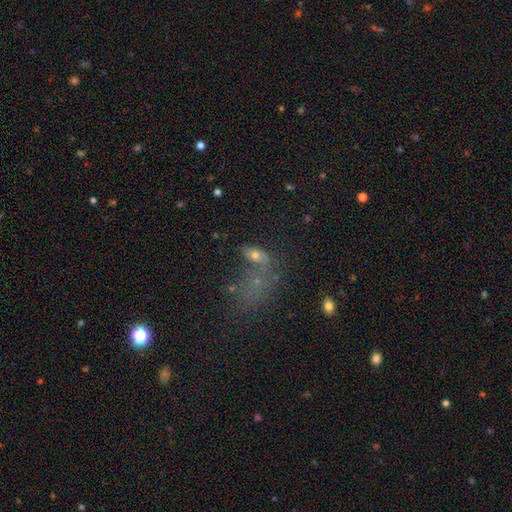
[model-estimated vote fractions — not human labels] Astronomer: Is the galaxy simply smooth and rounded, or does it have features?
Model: smooth — 54%.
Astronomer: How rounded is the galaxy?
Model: in between — 77%.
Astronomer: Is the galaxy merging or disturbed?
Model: merger — 35% (runner-up: none, 32%).